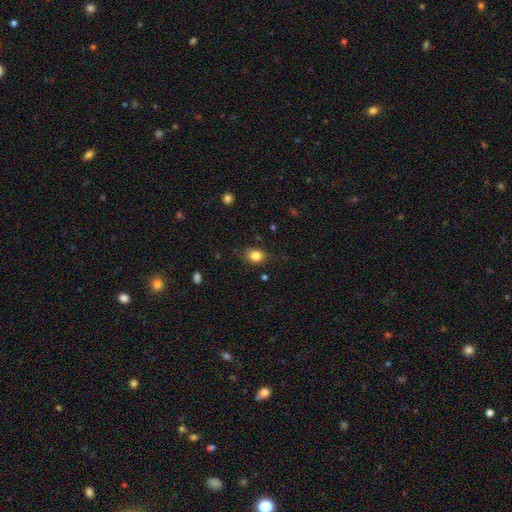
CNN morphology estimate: Q: Smooth or featured?
A: smooth (82%); runner-up: star or artifact (10%)
Q: How rounded?
A: in between (58%); runner-up: round (41%)
Q: Merging?
A: none (75%); runner-up: minor disturbance (19%)